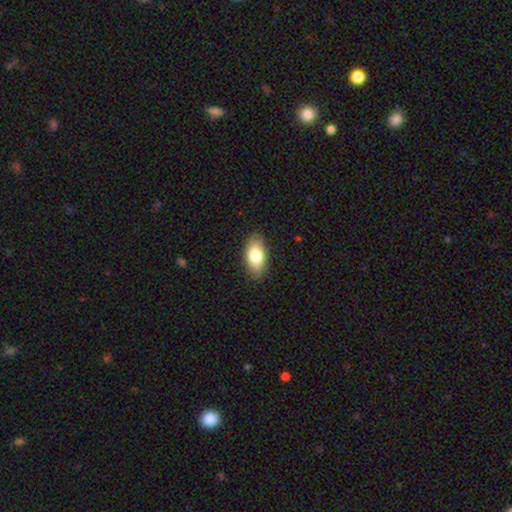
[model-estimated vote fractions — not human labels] A smooth galaxy with no disk features (80%) that is in between round and cigar-shaped (91%).

Vote fractions:
- Smooth or featured? smooth: 80% / featured or disk: 14% / star or artifact: 7%
- How rounded? in between: 91% / cigar-shaped: 5% / round: 4%
- Merging? none: 87% / minor disturbance: 10% / major disturbance: 2% / merger: 1%